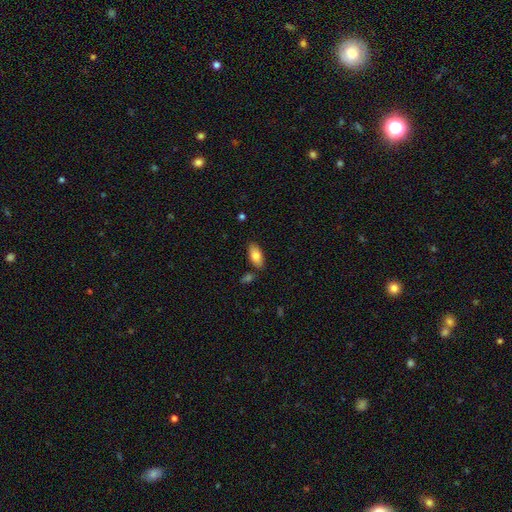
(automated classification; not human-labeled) This appears to be a smooth galaxy with no disk features (81%) that is in between round and cigar-shaped (89%). Merging: none (82%).